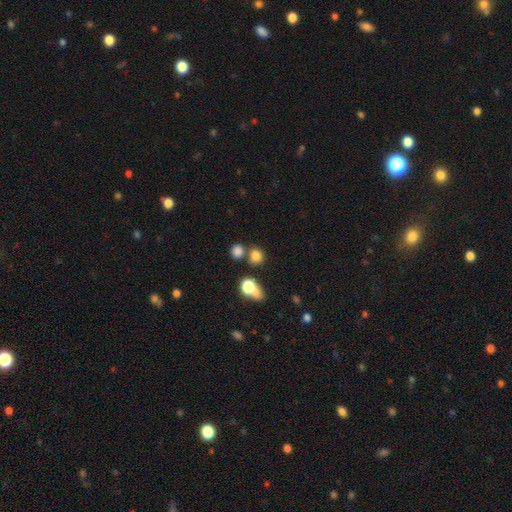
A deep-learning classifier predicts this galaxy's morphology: A smooth galaxy with no disk features (78%) that is round (80%). Merging: none (63%).